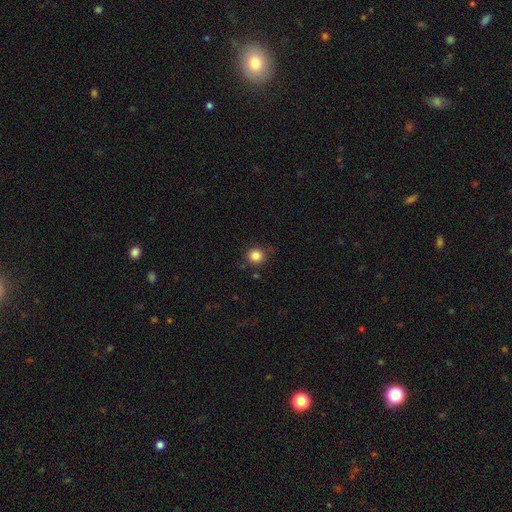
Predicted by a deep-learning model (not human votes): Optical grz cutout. It shows a smooth galaxy with no disk features (84%) that is round (92%). Merging: none (85%).